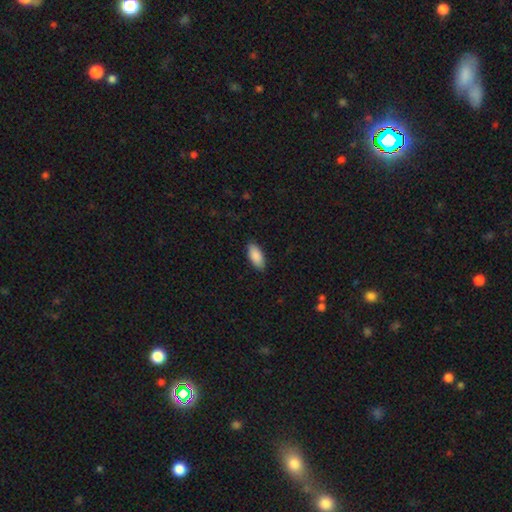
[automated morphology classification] Smooth or featured: smooth — 89% (star or artifact — 6%)
How rounded: in between — 89% (cigar-shaped — 9%)
Merging: none — 87% (minor disturbance — 11%)